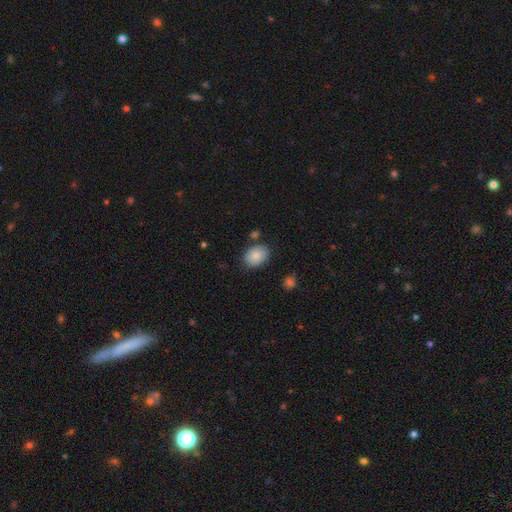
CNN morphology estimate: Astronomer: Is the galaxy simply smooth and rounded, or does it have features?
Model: smooth — 85%.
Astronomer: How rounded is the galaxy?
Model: in between — 75%.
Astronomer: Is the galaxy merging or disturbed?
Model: none — 80%.